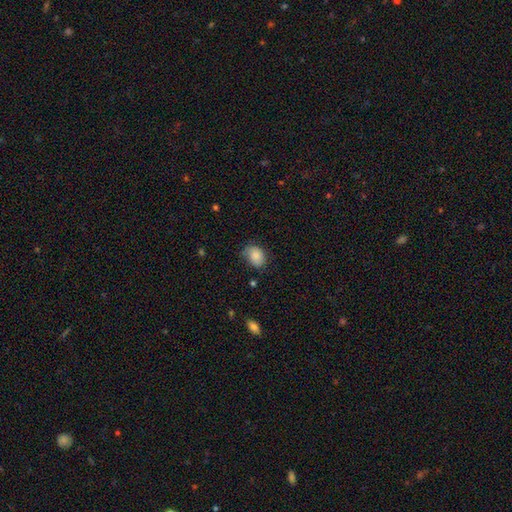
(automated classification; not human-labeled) Overall: smooth (85%). How rounded: in between (67%; round 32%). Merging: none (67%).